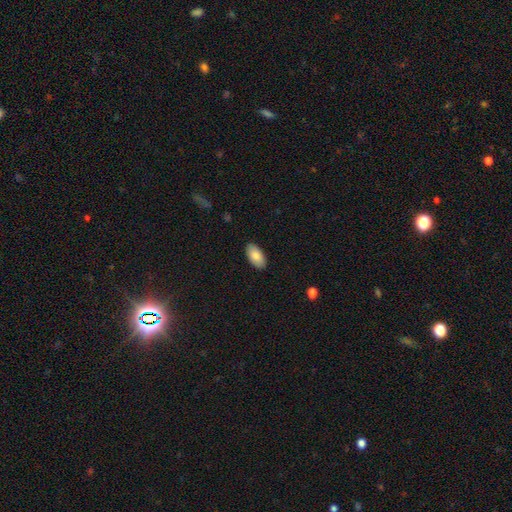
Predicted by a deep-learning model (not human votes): A smooth galaxy with no disk features (85%) that is in between round and cigar-shaped (95%).

Vote fractions:
- Smooth or featured? smooth: 85% / featured or disk: 8% / star or artifact: 6%
- How rounded? in between: 95% / round: 2% / cigar-shaped: 2%
- Merging? none: 88% / minor disturbance: 9% / major disturbance: 2% / merger: 1%